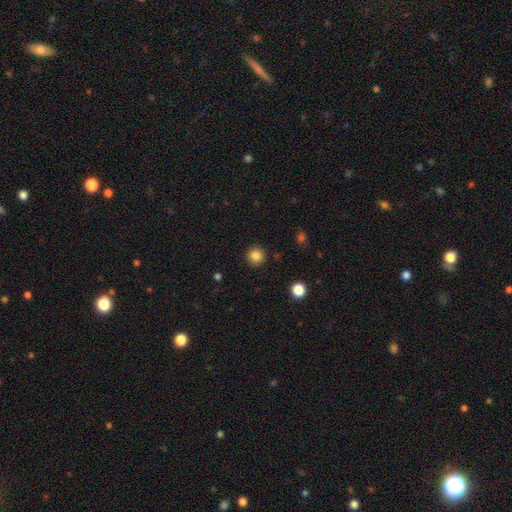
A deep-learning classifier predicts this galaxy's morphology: This is clearly a smooth galaxy (85%). How rounded: clearly round (94%). Merging: clearly none (92%).